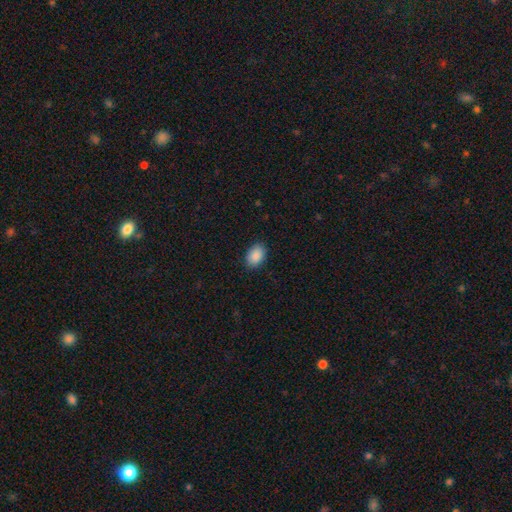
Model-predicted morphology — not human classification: Overall: smooth (89%). How rounded: in between (85%). Merging: none (86%).